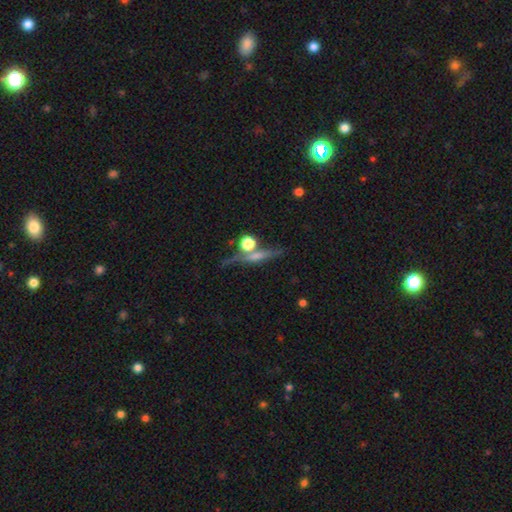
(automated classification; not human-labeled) smooth_or_featured: featured or disk (p=0.52) [alt: smooth p=0.33]
disk_edge_on: yes (p=0.89) [alt: no p=0.11]
merging: none (p=0.67) [alt: merger p=0.14]